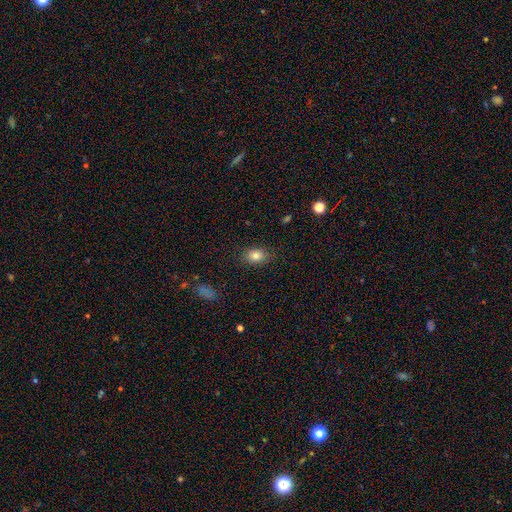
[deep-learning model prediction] A smooth galaxy with no disk features (82%) that is in between round and cigar-shaped (76%). Merging: none (83%).